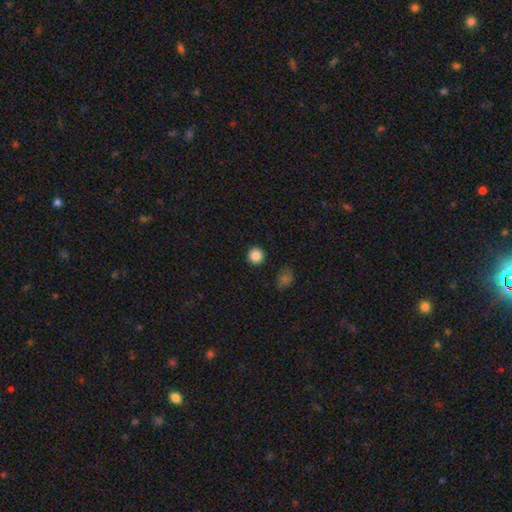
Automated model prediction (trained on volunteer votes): Smooth or featured? smooth (86%)
How rounded? round (95%)
Merging? none (92%)